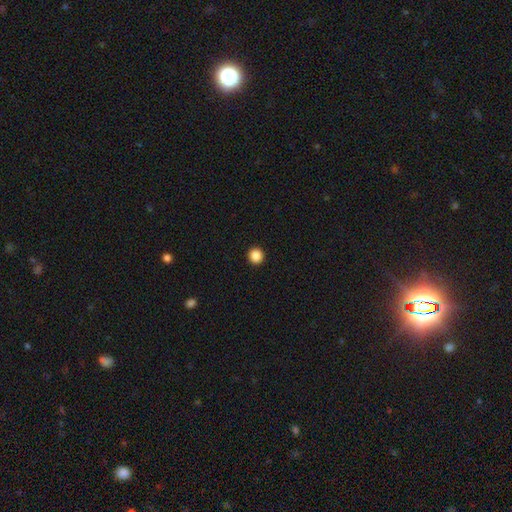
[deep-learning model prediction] This is clearly a smooth galaxy (87%). How rounded: clearly round (95%). Merging: clearly none (94%).